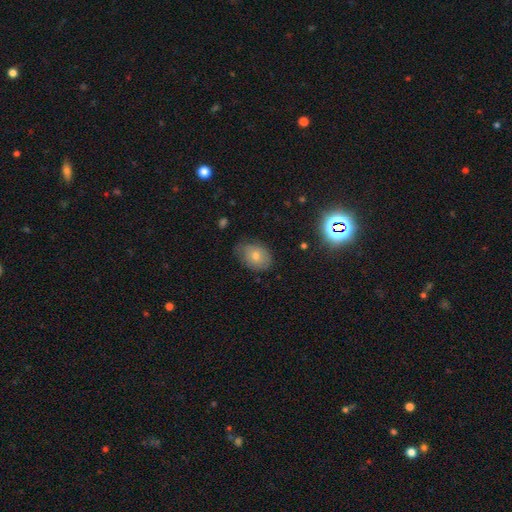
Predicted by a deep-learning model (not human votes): Smooth or featured? smooth (62%)
How rounded? in between (65%)
Merging? none (67%)